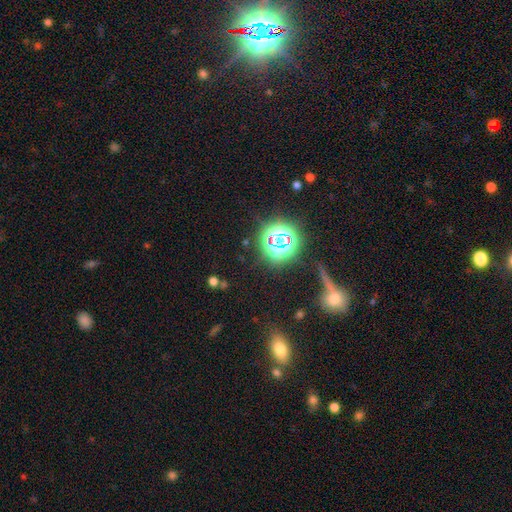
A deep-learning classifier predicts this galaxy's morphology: Overall: star or artifact (75%).